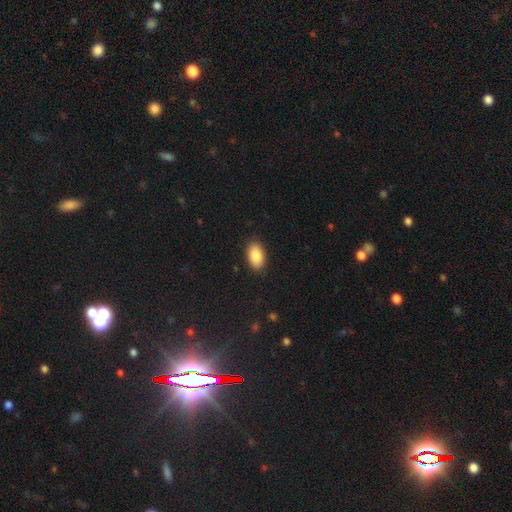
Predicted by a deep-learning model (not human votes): smooth 88%, star or artifact 7%, featured or disk 5%. Down the decision tree: how rounded — in between (94%); merging — none (88%).